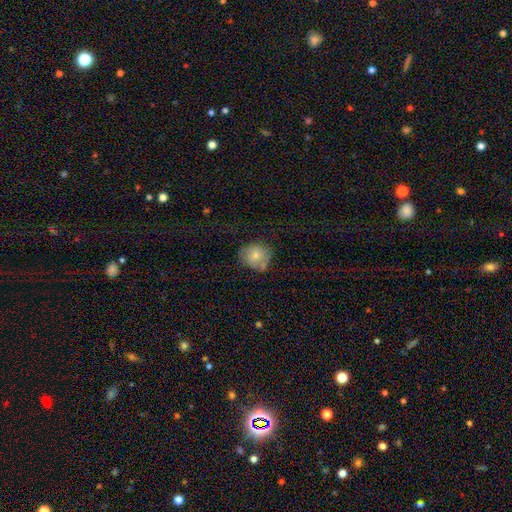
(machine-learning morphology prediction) The model was most divided on "merging": none: 61%, minor disturbance: 26%, major disturbance: 7%, merger: 6%. More confident: how rounded — round (78%); smooth or featured — smooth (75%).